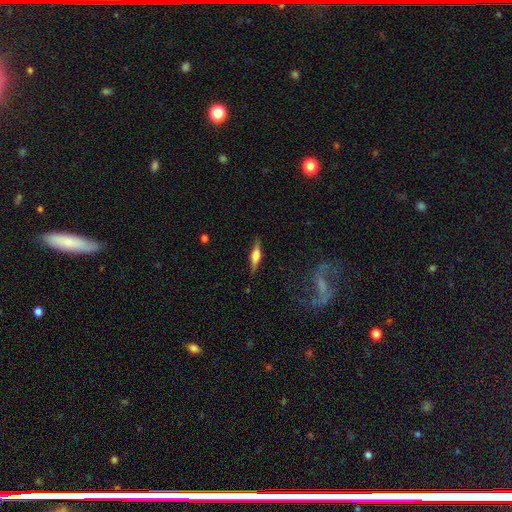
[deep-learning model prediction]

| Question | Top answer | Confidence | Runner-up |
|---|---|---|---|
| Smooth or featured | featured or disk | 53% | smooth (41%) |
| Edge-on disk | yes | 94% | no (6%) |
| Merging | none | 83% | minor disturbance (13%) |